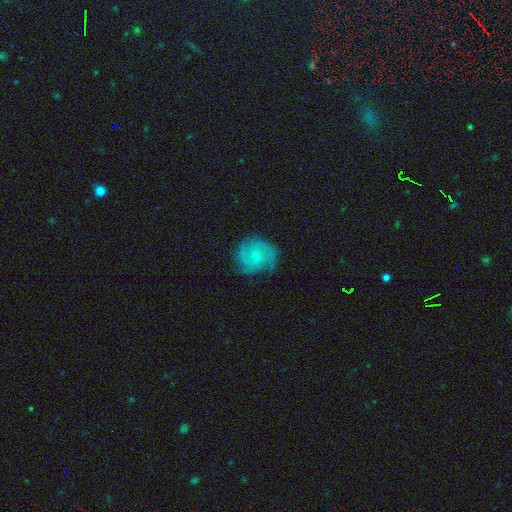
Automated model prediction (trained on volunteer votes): This is likely a featured or disk galaxy (63%). It is clearly not viewed edge-on (98%). Bar: likely no (77%). Spiral arm pattern: clearly yes (89%). Spiral arm count: marginally 3 (33%). Spiral winding: possibly tight (47%). Central bulge: likely small (76%). Merging: likely none (70%).